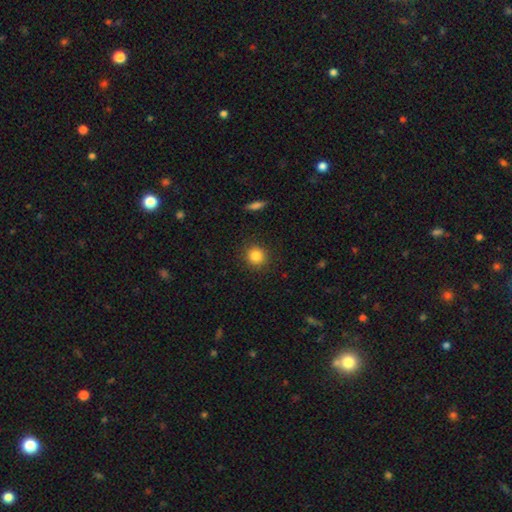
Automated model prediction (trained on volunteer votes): smooth 84%, star or artifact 10%, featured or disk 6%. Down the decision tree: how rounded — round (90%); merging — none (89%).